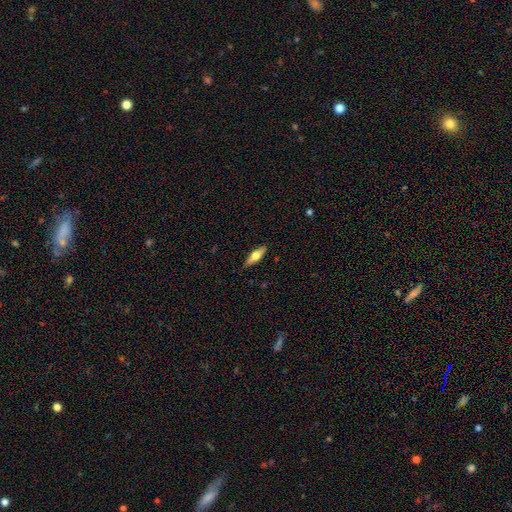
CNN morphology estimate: This is possibly a smooth galaxy (48%). Merging: clearly none (87%).